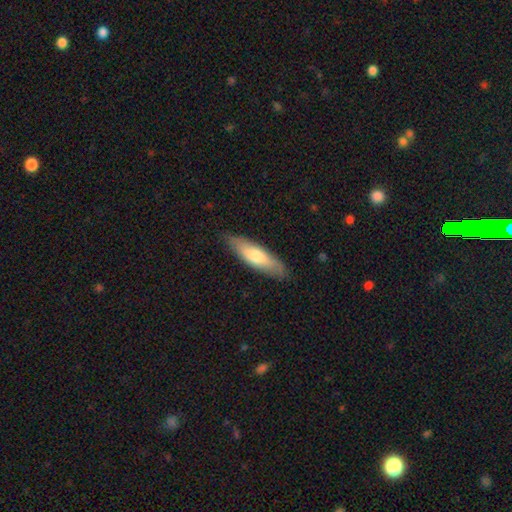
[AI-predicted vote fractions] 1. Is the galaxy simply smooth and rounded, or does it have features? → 66% smooth, 29% featured or disk, 5% star or artifact.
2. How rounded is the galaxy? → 59% cigar-shaped, 39% in between, 2% round.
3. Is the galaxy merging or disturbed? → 85% none, 12% minor disturbance, 2% major disturbance, 1% merger.